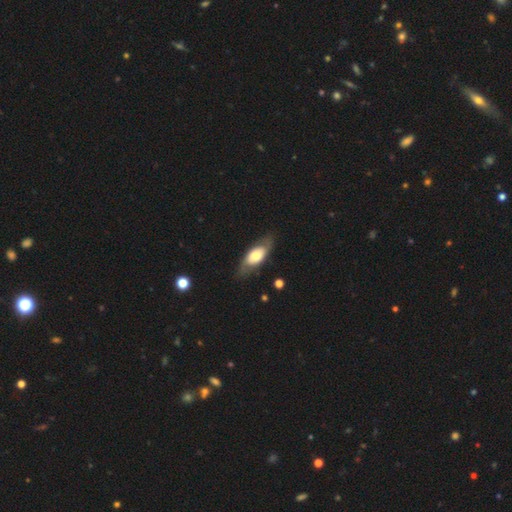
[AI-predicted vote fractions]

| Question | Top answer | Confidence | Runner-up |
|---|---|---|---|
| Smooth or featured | smooth | 54% | featured or disk (40%) |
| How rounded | in between | 79% | cigar-shaped (16%) |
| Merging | none | 75% | minor disturbance (17%) |